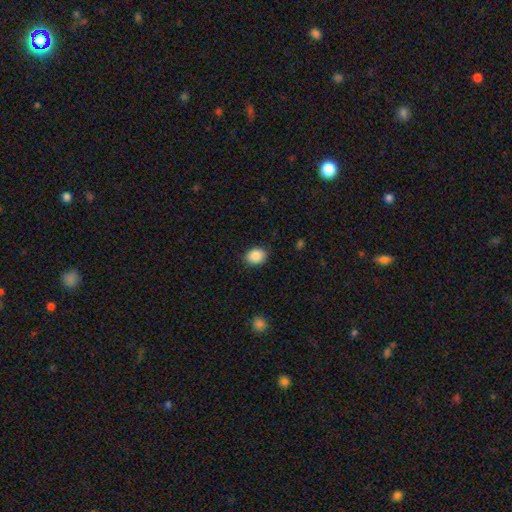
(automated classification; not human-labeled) A smooth galaxy with no disk features (88%) that is in between round and cigar-shaped (51%). Merging: none (86%).